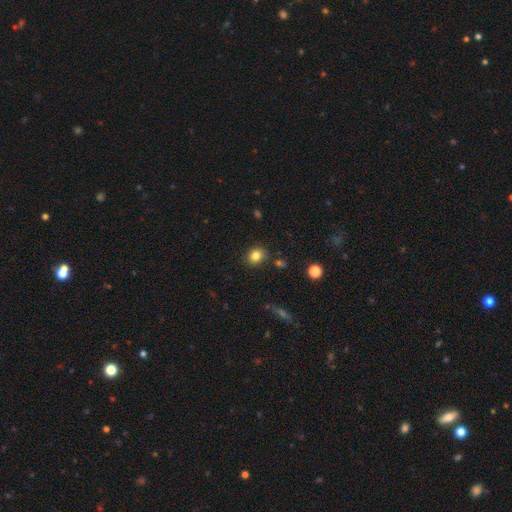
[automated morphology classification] This is clearly a smooth galaxy (82%). How rounded: likely round (69%). Merging: clearly none (86%).